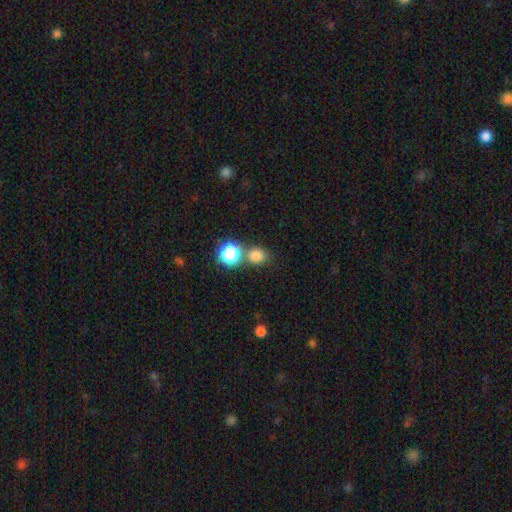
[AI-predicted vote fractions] Morphology: type=smooth (75%); roundness=round (60%); merging=none (66%).